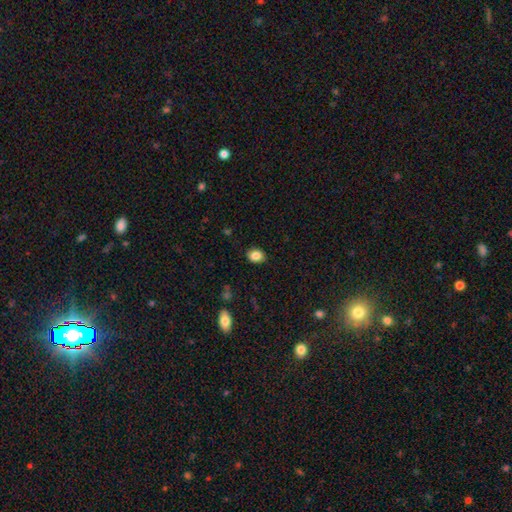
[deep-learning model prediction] Smooth or featured: smooth — 87% (star or artifact — 9%)
How rounded: in between — 59% (round — 40%)
Merging: none — 88% (minor disturbance — 9%)